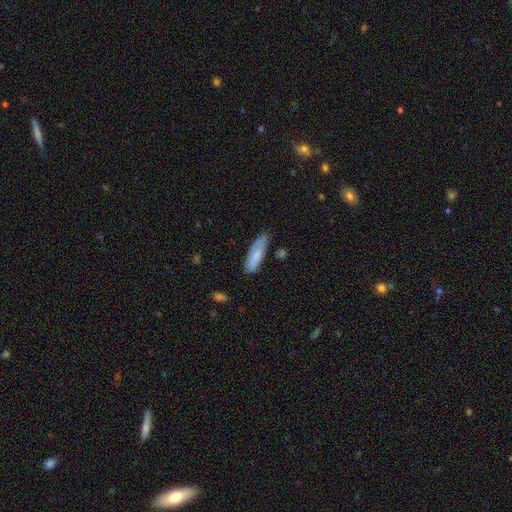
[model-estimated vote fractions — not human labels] Smooth or featured? smooth (76%)
How rounded? cigar-shaped (51%)
Merging? none (68%)